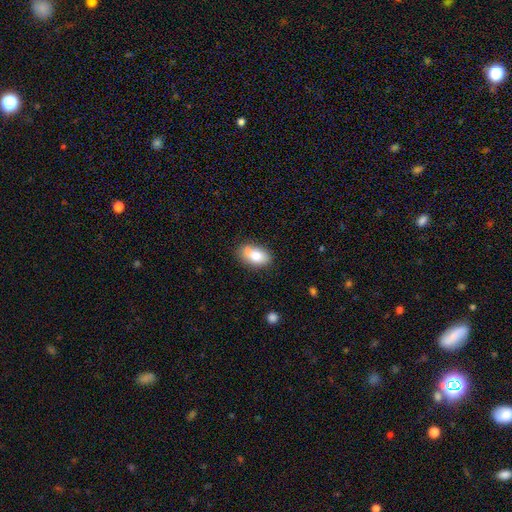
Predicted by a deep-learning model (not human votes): Smooth or featured? smooth (75%)
How rounded? in between (90%)
Merging? none (69%)